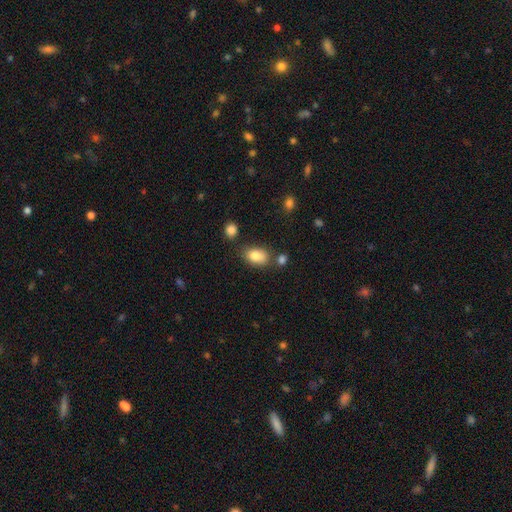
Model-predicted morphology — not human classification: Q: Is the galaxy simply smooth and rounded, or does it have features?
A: smooth — 83%.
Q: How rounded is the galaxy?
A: in between — 86%.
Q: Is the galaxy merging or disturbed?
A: none — 67%.